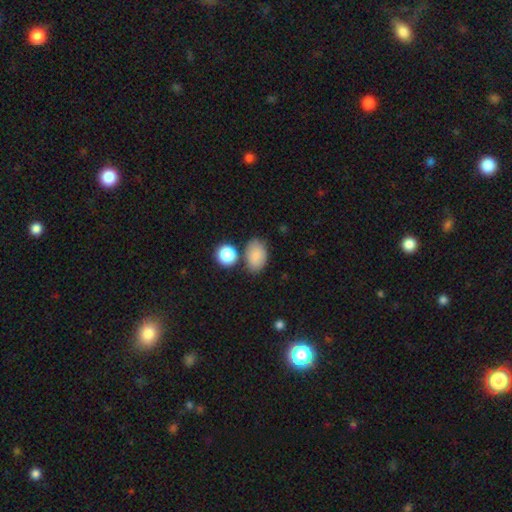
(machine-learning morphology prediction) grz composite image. It shows a smooth galaxy with no disk features (83%) that is in between round and cigar-shaped (86%). Merging: none (68%).